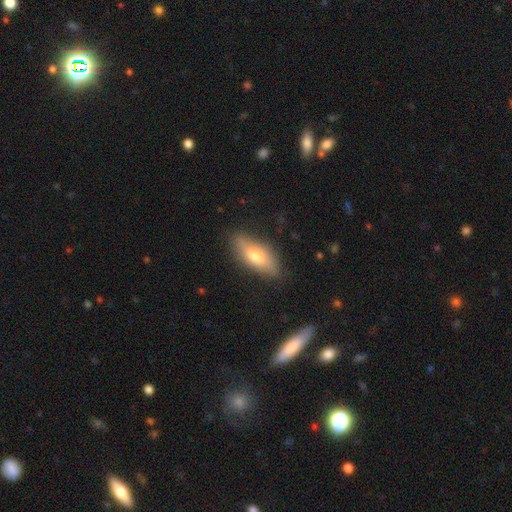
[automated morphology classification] type=smooth (65%); roundness=in between (75%); merging=none (81%).